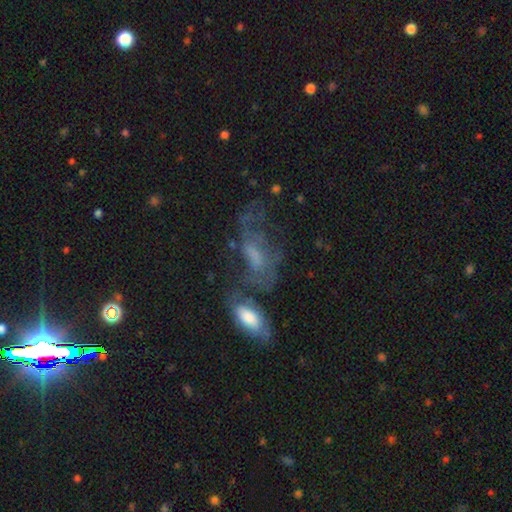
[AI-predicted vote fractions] The model was most divided on "merging": none: 35%, major disturbance: 24%, merger: 23%, minor disturbance: 18%. More confident: edge-on disk — no (92%); smooth or featured — featured or disk (51%).